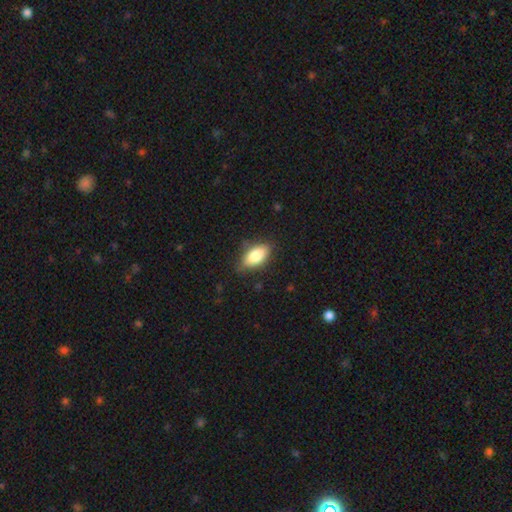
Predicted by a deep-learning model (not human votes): Smooth or featured: smooth — 82% (featured or disk — 11%)
How rounded: in between — 90% (cigar-shaped — 6%)
Merging: none — 77% (minor disturbance — 18%)